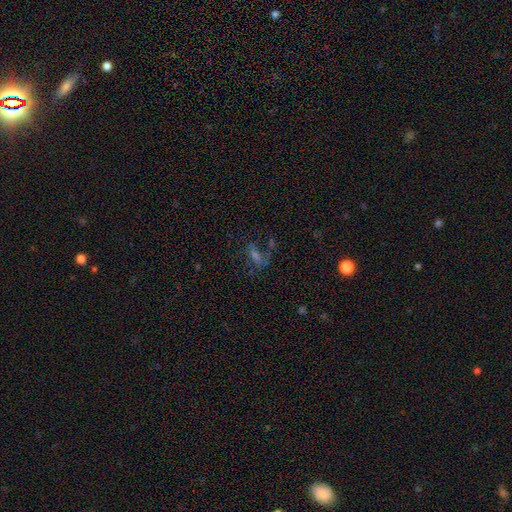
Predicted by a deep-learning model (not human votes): Smooth or featured? featured or disk (37%)
Merging? none (54%)